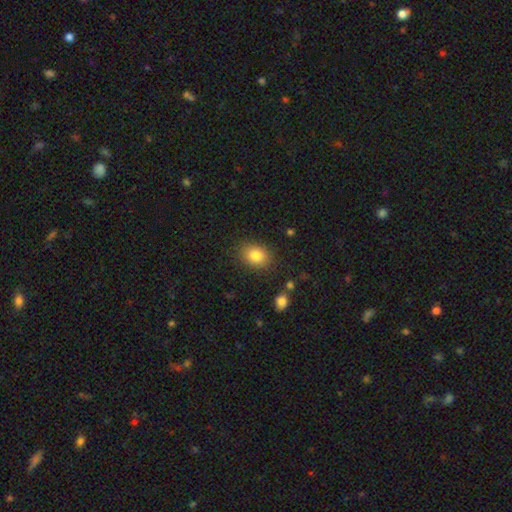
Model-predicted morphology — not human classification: Overall: smooth (83%). How rounded: in between (59%; round 40%). Merging: none (85%).